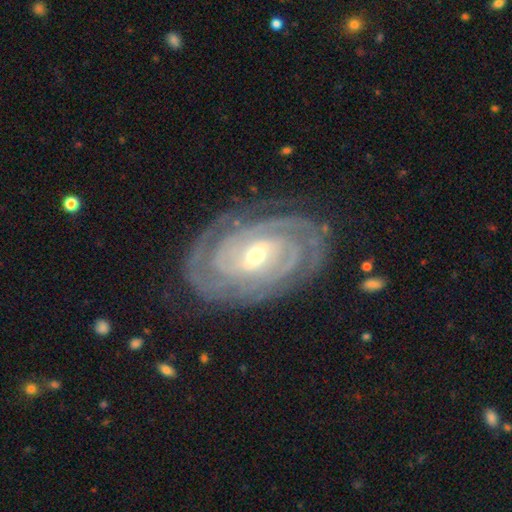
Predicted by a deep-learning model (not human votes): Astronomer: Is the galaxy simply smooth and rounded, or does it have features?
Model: featured or disk — 91%.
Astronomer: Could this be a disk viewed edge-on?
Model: no — 96%.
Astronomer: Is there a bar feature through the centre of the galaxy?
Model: weak — 39% (runner-up: no, 35%).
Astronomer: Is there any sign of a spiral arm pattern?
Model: yes — 98%.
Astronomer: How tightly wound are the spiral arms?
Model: tight — 85%.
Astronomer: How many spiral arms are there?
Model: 2 — 33% (runner-up: can't tell, 21%).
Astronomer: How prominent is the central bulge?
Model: small — 56% (runner-up: moderate, 41%).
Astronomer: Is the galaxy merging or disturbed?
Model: none — 81%.